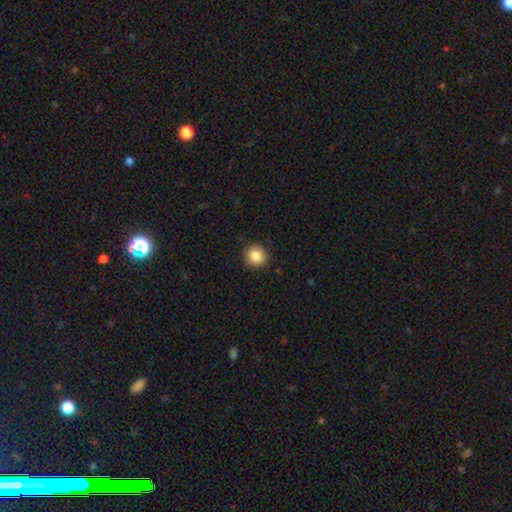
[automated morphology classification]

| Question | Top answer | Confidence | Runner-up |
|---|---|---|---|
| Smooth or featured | smooth | 86% | star or artifact (9%) |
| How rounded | round | 89% | in between (10%) |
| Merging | none | 91% | minor disturbance (6%) |